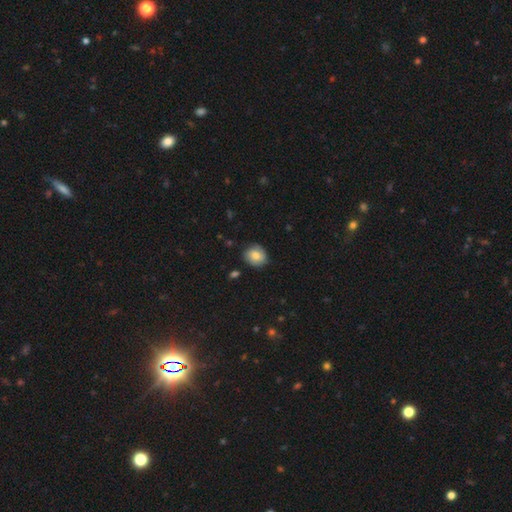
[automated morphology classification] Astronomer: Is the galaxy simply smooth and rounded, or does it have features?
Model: smooth — 73%.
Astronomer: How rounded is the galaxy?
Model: round — 79%.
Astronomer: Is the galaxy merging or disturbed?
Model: none — 79%.